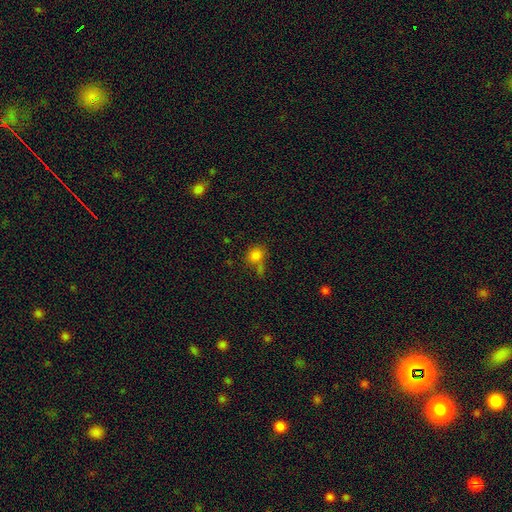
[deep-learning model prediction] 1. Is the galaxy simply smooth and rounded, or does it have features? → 80% smooth, 13% star or artifact, 7% featured or disk.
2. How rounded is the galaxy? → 63% round, 35% in between, 1% cigar-shaped.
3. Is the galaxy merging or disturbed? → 48% none, 27% merger, 16% minor disturbance, 9% major disturbance.